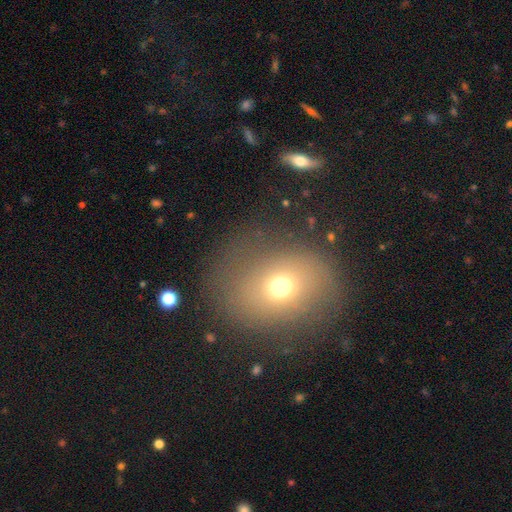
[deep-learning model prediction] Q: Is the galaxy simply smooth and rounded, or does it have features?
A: smooth — 58%.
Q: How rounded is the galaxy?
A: round — 65%.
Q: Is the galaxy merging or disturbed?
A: none — 76%.